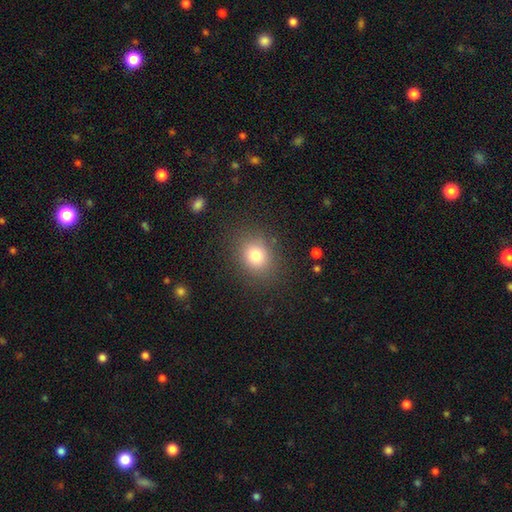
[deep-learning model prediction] A smooth galaxy with no disk features (79%) that is round (61%).

Vote fractions:
- Smooth or featured? smooth: 79% / star or artifact: 12% / featured or disk: 8%
- How rounded? round: 61% / in between: 38% / cigar-shaped: 1%
- Merging? none: 83% / minor disturbance: 11% / major disturbance: 5% / merger: 2%